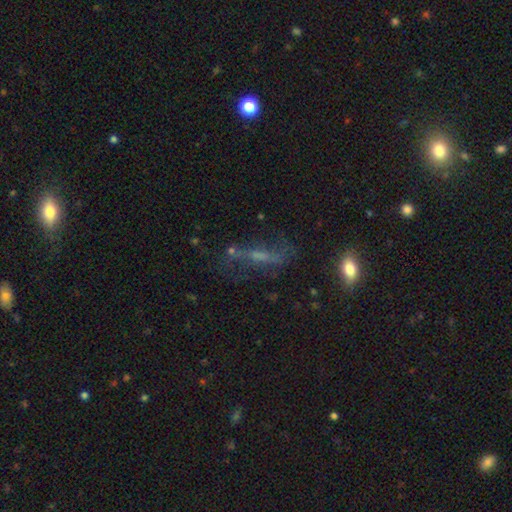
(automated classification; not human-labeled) smooth-or-featured: featured or disk: 47% | smooth: 29% | star or artifact: 25%
  merging: none: 55% | minor disturbance: 20% | major disturbance: 20% | merger: 5%